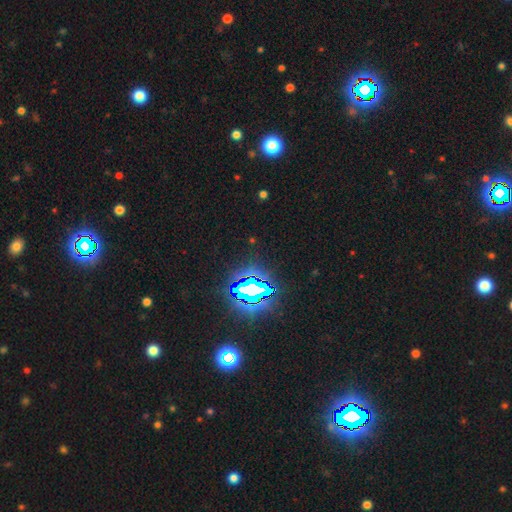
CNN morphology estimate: star or artifact 82%, smooth 11%, featured or disk 7%.